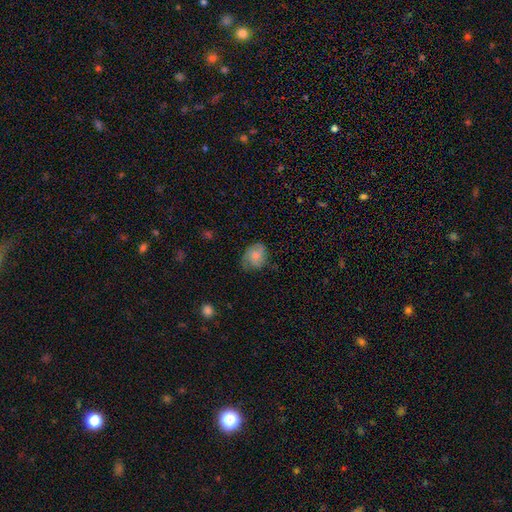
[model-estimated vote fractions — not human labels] Smooth or featured: smooth — 66% (featured or disk — 26%)
How rounded: in between — 52% (round — 47%)
Merging: none — 54% (minor disturbance — 32%)